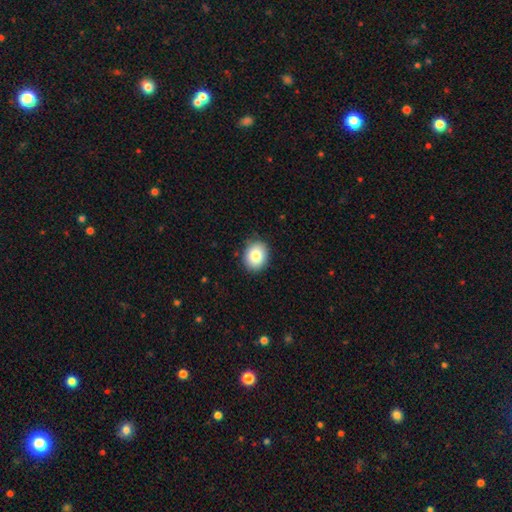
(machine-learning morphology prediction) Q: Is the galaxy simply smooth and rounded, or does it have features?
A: smooth — 83%.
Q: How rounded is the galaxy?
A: round — 57%.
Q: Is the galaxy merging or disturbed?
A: none — 87%.